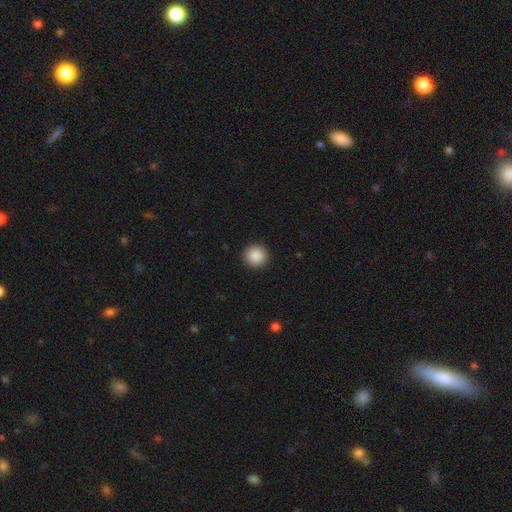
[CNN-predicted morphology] Smooth or featured? smooth (88%)
How rounded? round (95%)
Merging? none (93%)